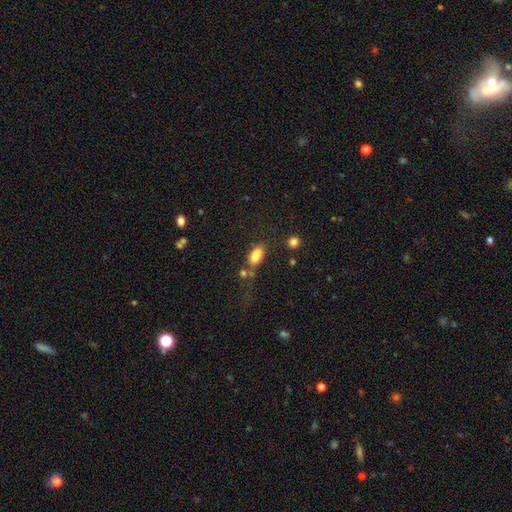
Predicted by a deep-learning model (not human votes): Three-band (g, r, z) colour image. It shows a smooth galaxy with no disk features (83%) that is in between round and cigar-shaped (88%). Merging: none (51%).